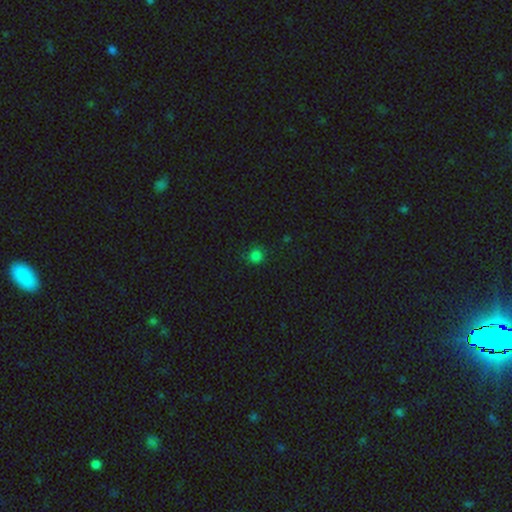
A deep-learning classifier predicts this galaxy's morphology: smooth_or_featured: smooth (p=0.79) [alt: star or artifact p=0.17]
how_rounded: round (p=0.91) [alt: in between p=0.08]
merging: none (p=0.80) [alt: minor disturbance p=0.14]